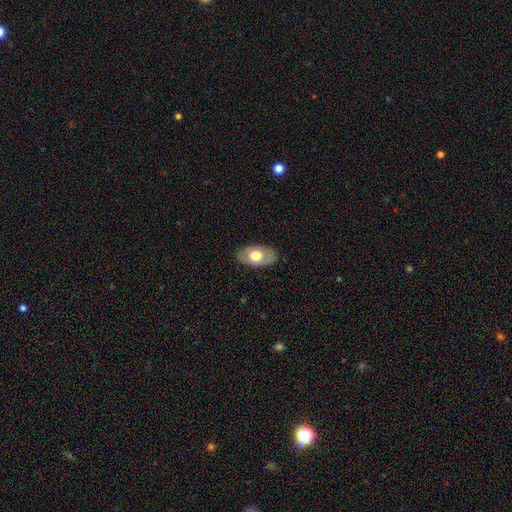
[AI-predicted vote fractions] smooth_or_featured: smooth (p=0.55) [alt: featured or disk p=0.39]
how_rounded: in between (p=0.91) [alt: round p=0.07]
merging: none (p=0.82) [alt: minor disturbance p=0.13]